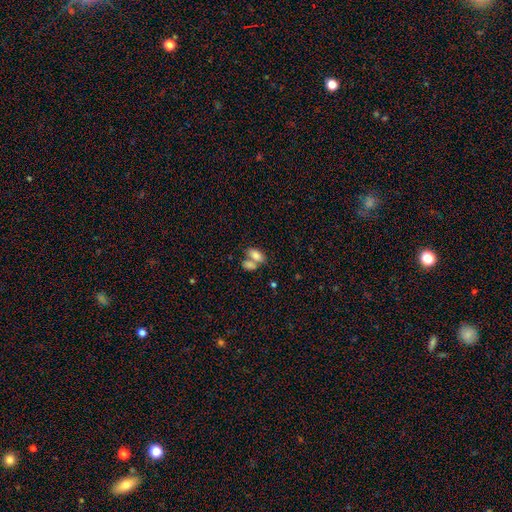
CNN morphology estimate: Smooth or featured?
  - smooth: 79% *
  - featured or disk: 12%
  - star or artifact: 8%
How rounded?
  - in between: 89% *
  - round: 6%
  - cigar-shaped: 5%
Merging?
  - merger: 52% *
  - none: 33%
  - minor disturbance: 9%
  - major disturbance: 5%